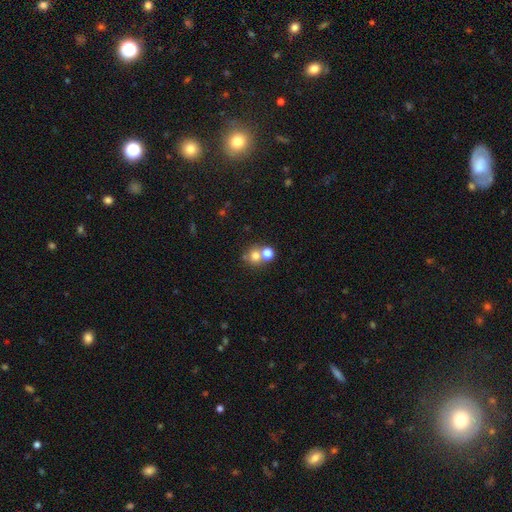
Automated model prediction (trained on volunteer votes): This is likely a smooth galaxy (71%). How rounded: clearly round (85%). Merging: possibly none (51%).